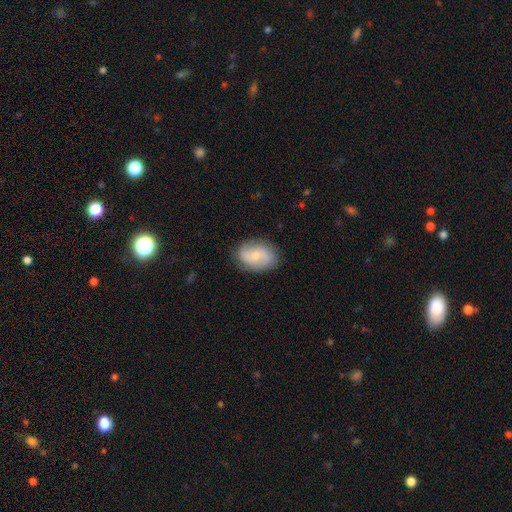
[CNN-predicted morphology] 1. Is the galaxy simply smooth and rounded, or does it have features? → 56% featured or disk, 37% smooth, 7% star or artifact.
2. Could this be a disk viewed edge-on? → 97% no, 3% yes.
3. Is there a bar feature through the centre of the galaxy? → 55% no, 38% weak, 7% strong.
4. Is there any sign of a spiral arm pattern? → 87% yes, 13% no.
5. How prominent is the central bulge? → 55% small, 40% moderate, 3% none, 2% large, 1% dominant.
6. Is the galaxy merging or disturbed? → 82% none, 14% minor disturbance, 4% major disturbance, 1% merger.